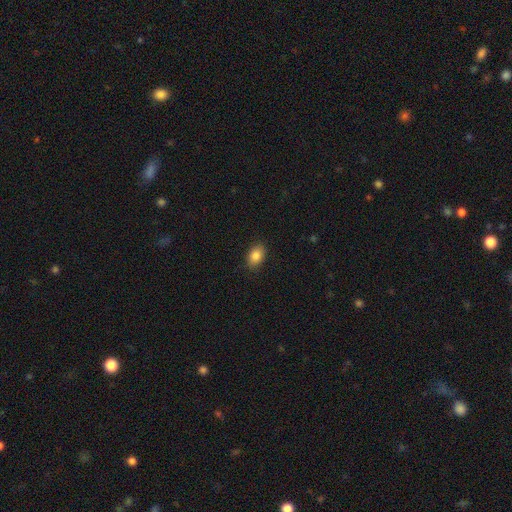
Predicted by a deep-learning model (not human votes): A smooth galaxy with no disk features (86%) that is in between round and cigar-shaped (84%).

Vote fractions:
- Smooth or featured? smooth: 86% / star or artifact: 8% / featured or disk: 6%
- How rounded? in between: 84% / round: 15% / cigar-shaped: 1%
- Merging? none: 87% / minor disturbance: 10% / major disturbance: 2% / merger: 1%